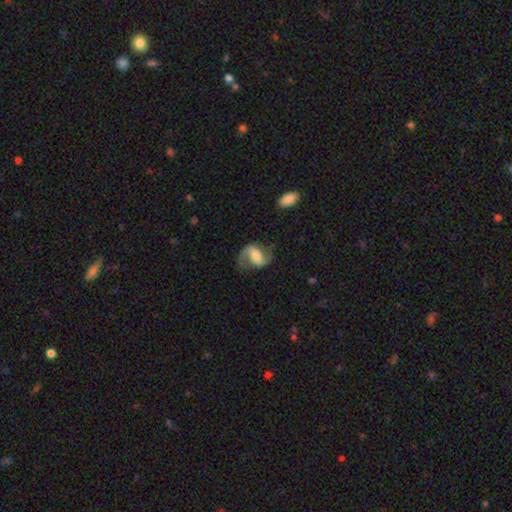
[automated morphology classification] Smooth or featured?
  - featured or disk: 76% *
  - smooth: 17%
  - star or artifact: 6%
Edge-on disk?
  - no: 97% *
  - yes: 3%
Bar?
  - weak: 42% *
  - strong: 34%
  - no: 24%
Spiral arms?
  - yes: 94% *
  - no: 6%
Spiral winding?
  - loose: 47% *
  - medium: 42%
  - tight: 11%
Spiral arm count?
  - 2: 86% *
  - 1: 8%
  - can't tell: 3%
  - 3: 1%
  - 4: 1%
  - more than 4: 1%
Bulge size?
  - moderate: 42% *
  - small: 25%
  - large: 20%
  - none: 11%
  - dominant: 3%
Merging?
  - none: 68% *
  - minor disturbance: 17%
  - major disturbance: 13%
  - merger: 2%